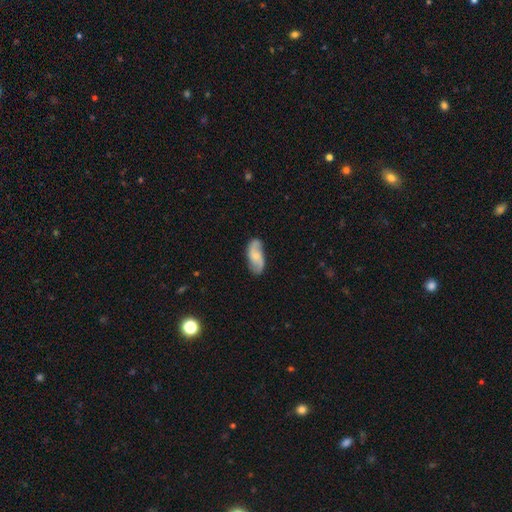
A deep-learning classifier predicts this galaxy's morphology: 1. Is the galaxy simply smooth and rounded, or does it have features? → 57% featured or disk, 36% smooth, 6% star or artifact.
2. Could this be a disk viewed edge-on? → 94% no, 6% yes.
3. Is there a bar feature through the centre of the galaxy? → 57% no, 36% weak, 7% strong.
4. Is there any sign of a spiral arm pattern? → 91% yes, 9% no.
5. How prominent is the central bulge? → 48% small, 30% moderate, 17% none, 3% large, 1% dominant.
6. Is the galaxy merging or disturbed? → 75% none, 18% minor disturbance, 5% major disturbance, 2% merger.